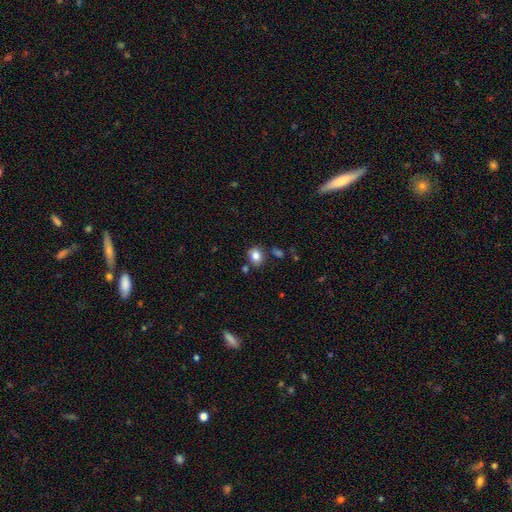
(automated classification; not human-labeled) smooth 83%, star or artifact 10%, featured or disk 7%. Down the decision tree: how rounded — round (52%); merging — none (78%).